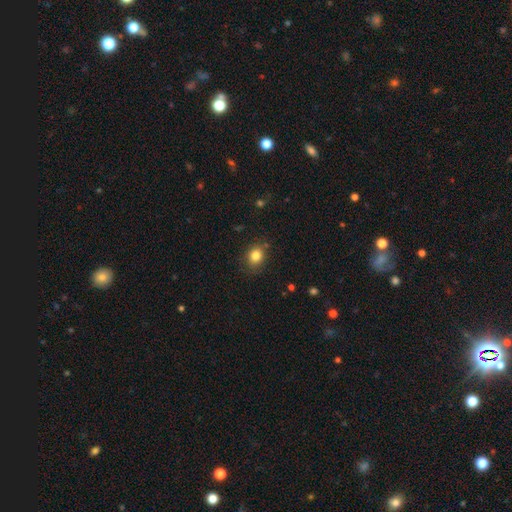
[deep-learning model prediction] Smooth or featured?
  - smooth: 82% *
  - star or artifact: 11%
  - featured or disk: 6%
How rounded?
  - round: 70% *
  - in between: 29%
  - cigar-shaped: 1%
Merging?
  - none: 80% *
  - minor disturbance: 14%
  - major disturbance: 4%
  - merger: 2%